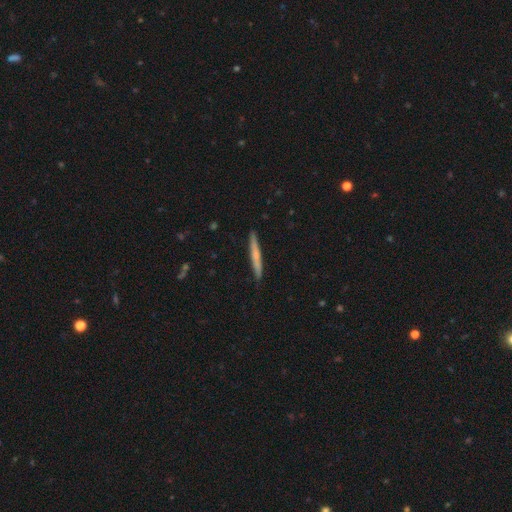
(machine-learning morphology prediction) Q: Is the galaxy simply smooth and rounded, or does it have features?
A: smooth — 55%.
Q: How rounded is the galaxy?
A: cigar-shaped — 96%.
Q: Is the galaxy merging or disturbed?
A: none — 90%.